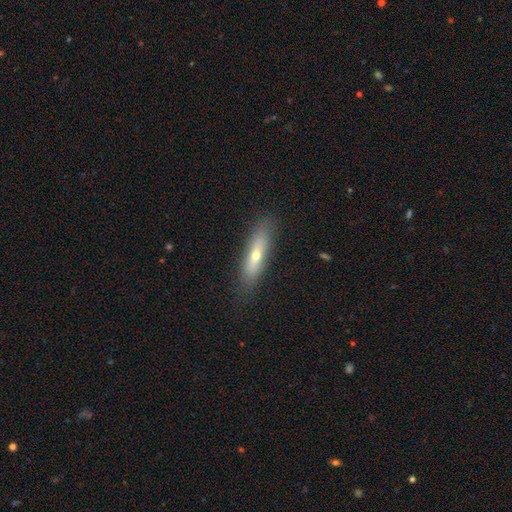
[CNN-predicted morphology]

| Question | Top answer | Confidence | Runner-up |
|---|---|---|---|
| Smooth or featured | smooth | 53% | featured or disk (38%) |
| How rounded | cigar-shaped | 78% | in between (20%) |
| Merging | none | 86% | minor disturbance (10%) |